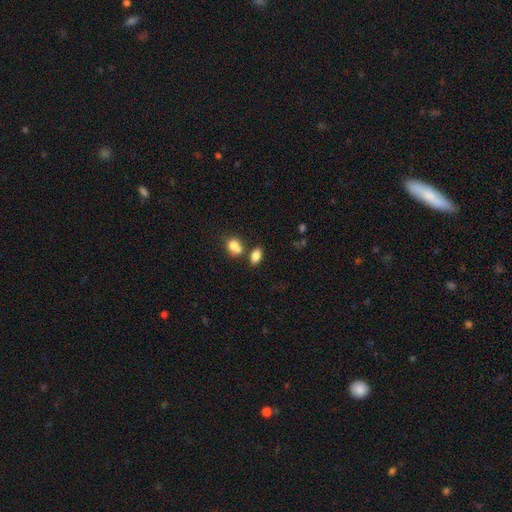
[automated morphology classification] Overall: smooth (82%). How rounded: in between (86%). Merging: none (53%; merger 32%).